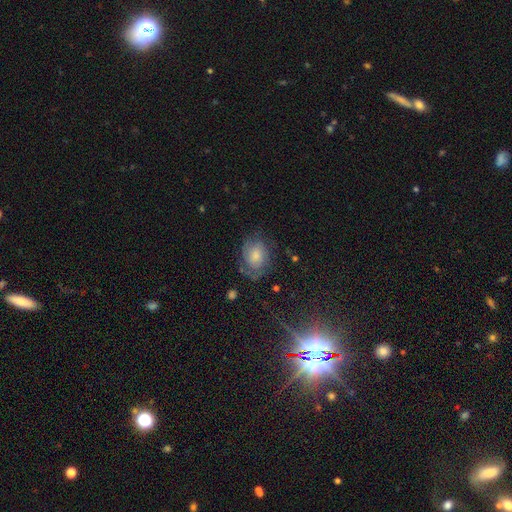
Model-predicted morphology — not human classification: Smooth or featured: featured or disk — 47% (smooth — 43%)
Merging: none — 60% (minor disturbance — 24%)